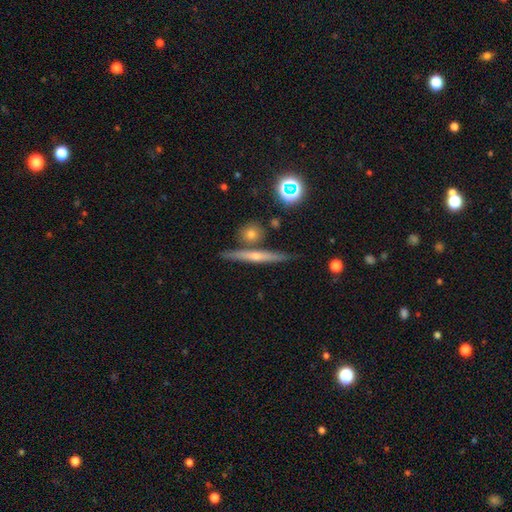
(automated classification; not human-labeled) Morphology: type=featured or disk (60%); edge-on=yes (96%); edge-on bulge=rounded (61%); merging=none (81%).